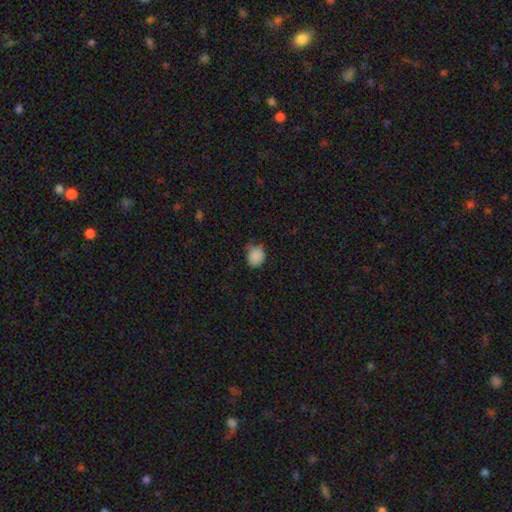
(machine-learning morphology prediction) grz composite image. It shows a smooth galaxy with no disk features (86%) that is round (69%). Merging: none (60%).